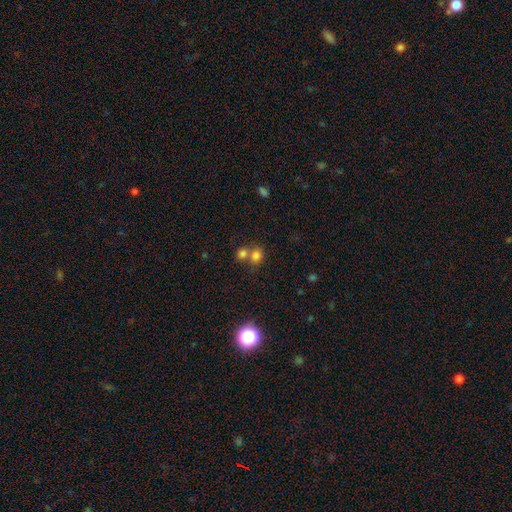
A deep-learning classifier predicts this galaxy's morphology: Smooth or featured: smooth — 76% (star or artifact — 15%)
How rounded: round — 66% (in between — 33%)
Merging: merger — 51% (none — 38%)